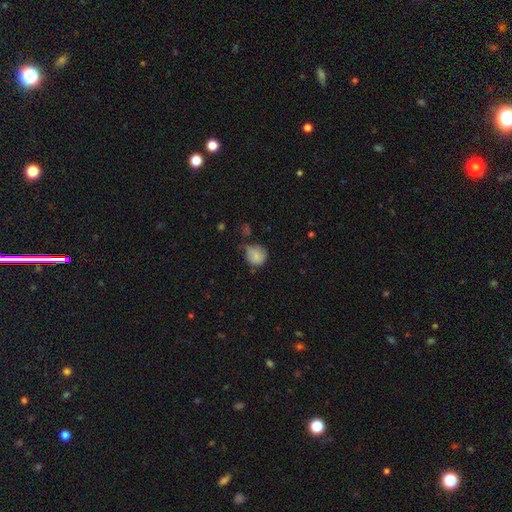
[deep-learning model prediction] A smooth galaxy with no disk features (79%) that is round (80%).

Vote fractions:
- Smooth or featured? smooth: 79% / featured or disk: 12% / star or artifact: 10%
- How rounded? round: 80% / in between: 19% / cigar-shaped: 1%
- Merging? none: 45% / minor disturbance: 37% / major disturbance: 12% / merger: 7%